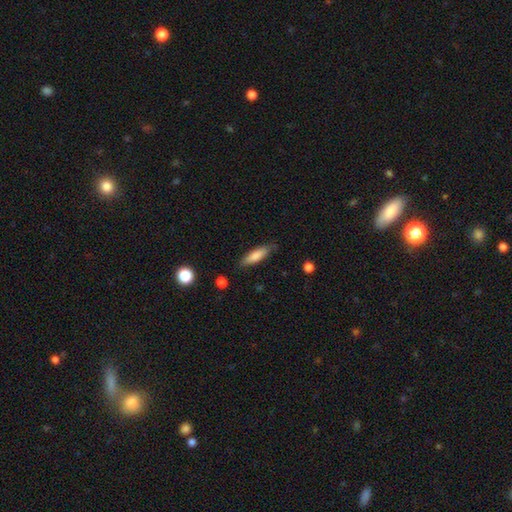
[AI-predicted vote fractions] Q: Smooth or featured?
A: smooth (80%); runner-up: featured or disk (14%)
Q: How rounded?
A: cigar-shaped (61%); runner-up: in between (37%)
Q: Merging?
A: none (81%); runner-up: minor disturbance (15%)